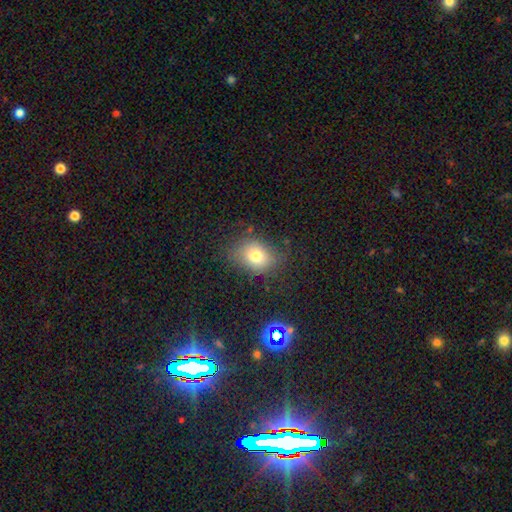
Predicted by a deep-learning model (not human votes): The model was most divided on "how rounded": in between: 55%, round: 43%, cigar-shaped: 1%. More confident: smooth or featured — smooth (74%); merging — none (73%).